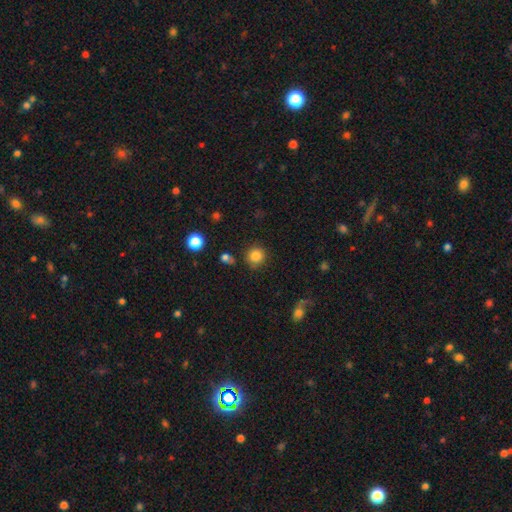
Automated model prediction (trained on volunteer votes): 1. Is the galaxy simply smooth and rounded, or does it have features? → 84% smooth, 11% star or artifact, 5% featured or disk.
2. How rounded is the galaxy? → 90% round, 9% in between, 1% cigar-shaped.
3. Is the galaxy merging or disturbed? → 83% none, 10% minor disturbance, 3% merger, 3% major disturbance.